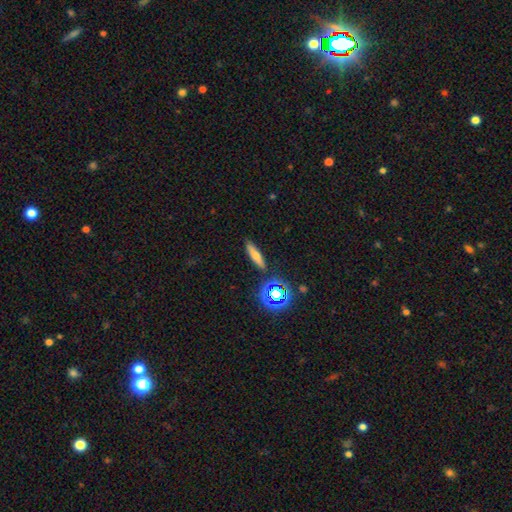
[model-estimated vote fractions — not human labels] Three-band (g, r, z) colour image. It shows a smooth galaxy with no disk features (58%) that is cigar-shaped (65%). Merging: none (87%).